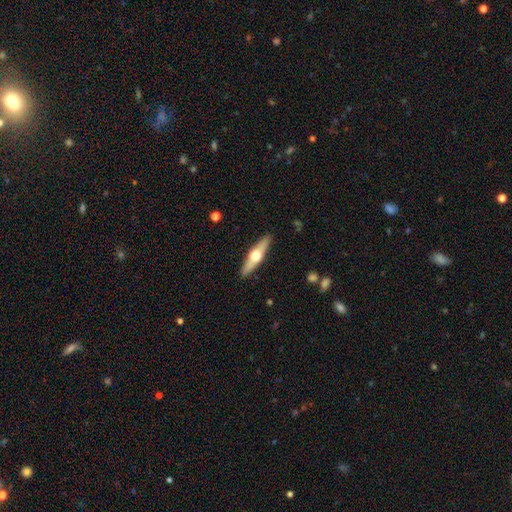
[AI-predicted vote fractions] This is possibly a featured or disk galaxy (59%). It is clearly viewed edge-on (93%). Edge-on bulge: clearly rounded (96%). Merging: clearly none (91%).